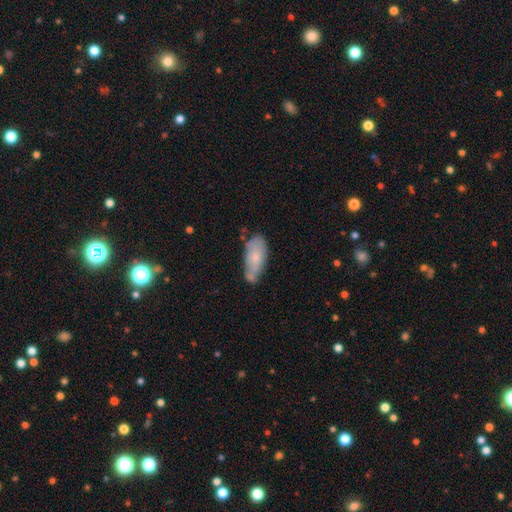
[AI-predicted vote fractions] Overall: smooth (65%; featured or disk 28%). How rounded: in between (83%). Merging: none (51%; minor disturbance 30%).